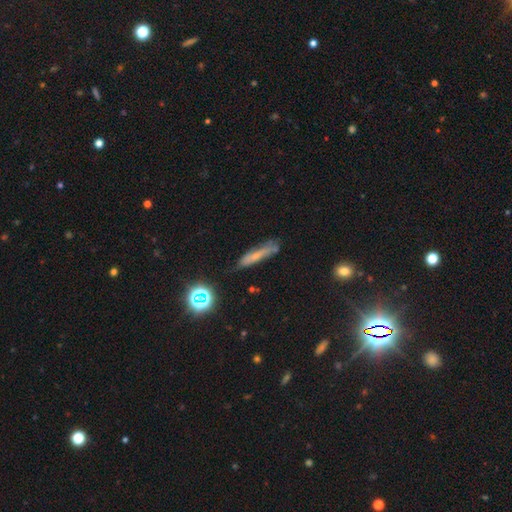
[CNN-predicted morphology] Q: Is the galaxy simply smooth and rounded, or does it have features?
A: smooth — 51%.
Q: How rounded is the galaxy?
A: cigar-shaped — 83%.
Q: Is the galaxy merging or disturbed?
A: none — 64%.